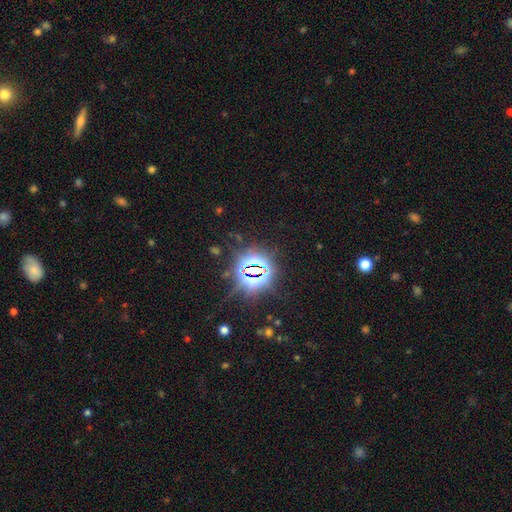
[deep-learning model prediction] This is clearly a star or artifact rather than a galaxy (83%).